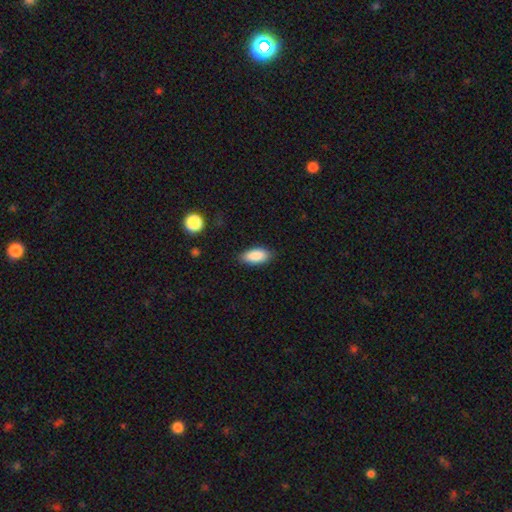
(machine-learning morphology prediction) Overall: smooth (88%). How rounded: in between (91%). Merging: none (83%).